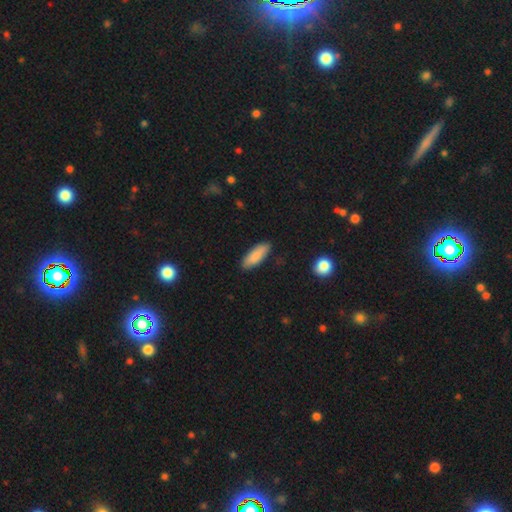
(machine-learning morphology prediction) Smooth or featured?
  - smooth: 86% *
  - featured or disk: 8%
  - star or artifact: 6%
How rounded?
  - in between: 64% *
  - cigar-shaped: 35%
  - round: 2%
Merging?
  - none: 86% *
  - minor disturbance: 11%
  - major disturbance: 2%
  - merger: 1%